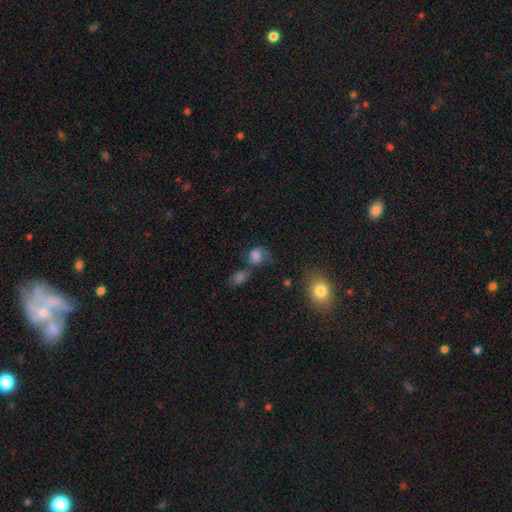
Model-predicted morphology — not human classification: type=smooth (68%); roundness=round (57%); merging=none (33%).